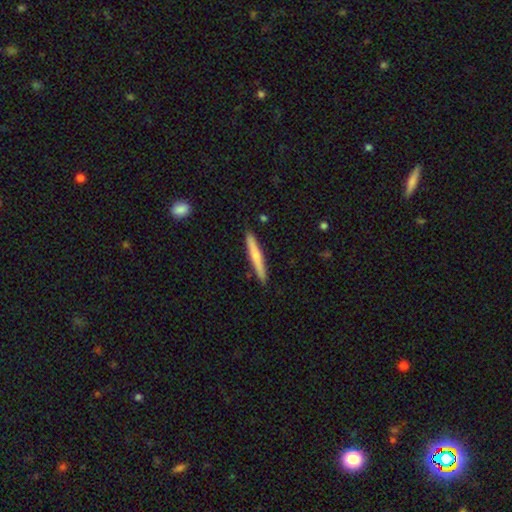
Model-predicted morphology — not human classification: type=smooth (61%); roundness=cigar-shaped (95%); merging=none (89%).